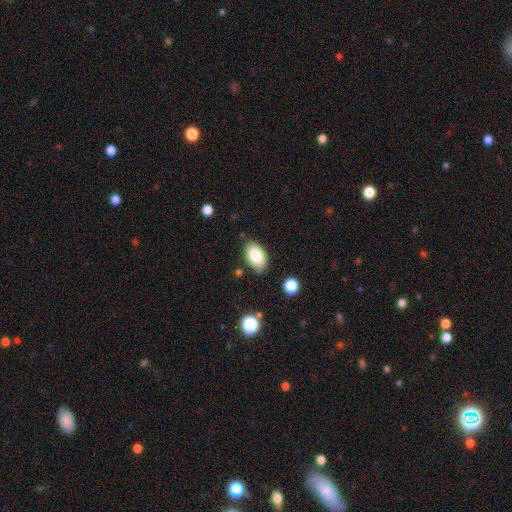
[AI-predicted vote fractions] The model was most divided on "merging": none: 82%, minor disturbance: 13%, major disturbance: 3%, merger: 2%. More confident: how rounded — in between (92%); smooth or featured — smooth (84%).